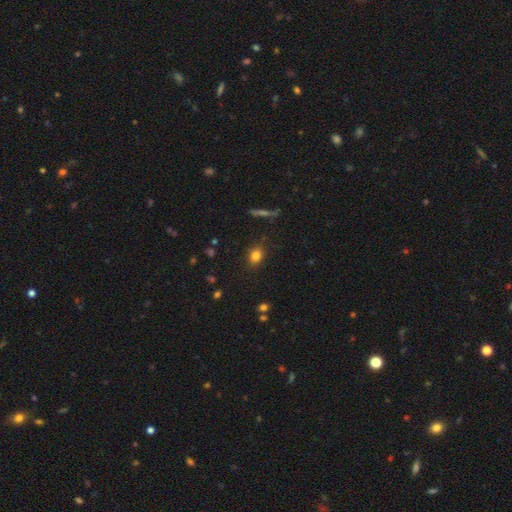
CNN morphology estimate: Q: Smooth or featured?
A: smooth (81%); runner-up: star or artifact (11%)
Q: How rounded?
A: in between (56%); runner-up: round (41%)
Q: Merging?
A: none (84%); runner-up: minor disturbance (11%)